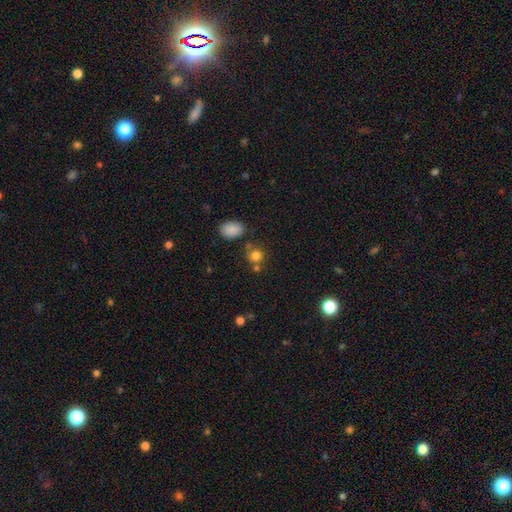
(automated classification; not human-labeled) Smooth or featured: smooth — 79% (star or artifact — 14%)
How rounded: round — 84% (in between — 15%)
Merging: none — 66% (merger — 18%)